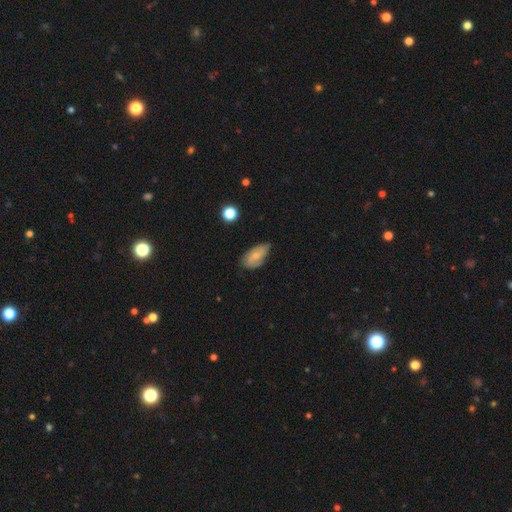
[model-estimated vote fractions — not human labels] smooth 57%, featured or disk 36%, star or artifact 7%. Down the decision tree: how rounded — in between (91%); merging — none (60%).